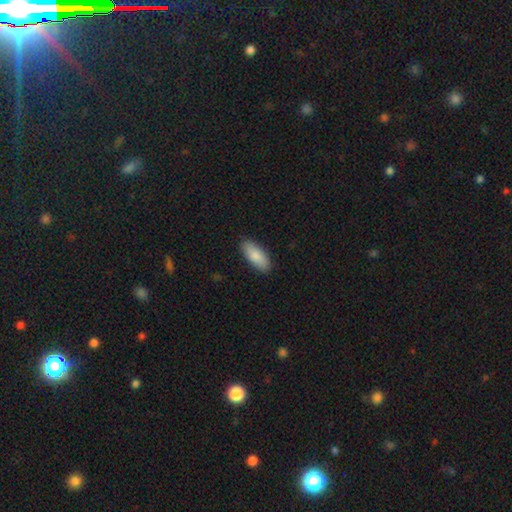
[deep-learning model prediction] Morphology: type=smooth (86%); roundness=in between (84%); merging=none (87%).